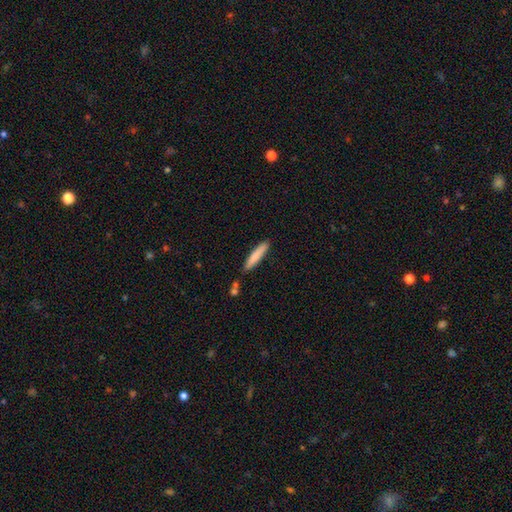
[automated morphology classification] smooth_or_featured: smooth (p=0.79) [alt: featured or disk p=0.16]
how_rounded: cigar-shaped (p=0.89) [alt: in between p=0.10]
merging: none (p=0.85) [alt: minor disturbance p=0.10]